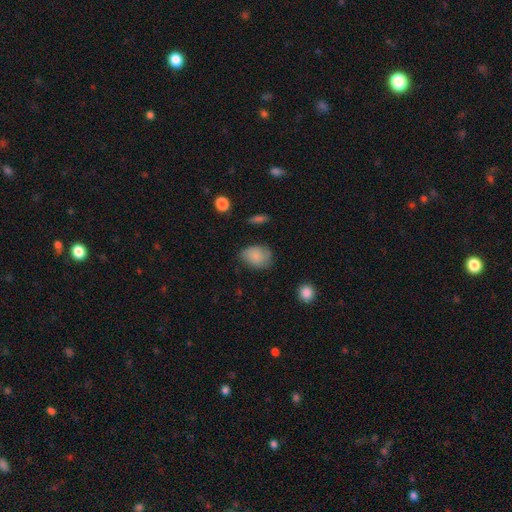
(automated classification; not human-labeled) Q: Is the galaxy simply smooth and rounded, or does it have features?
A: smooth — 83%.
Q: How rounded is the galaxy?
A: in between — 68%.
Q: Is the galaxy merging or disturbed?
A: none — 66%.